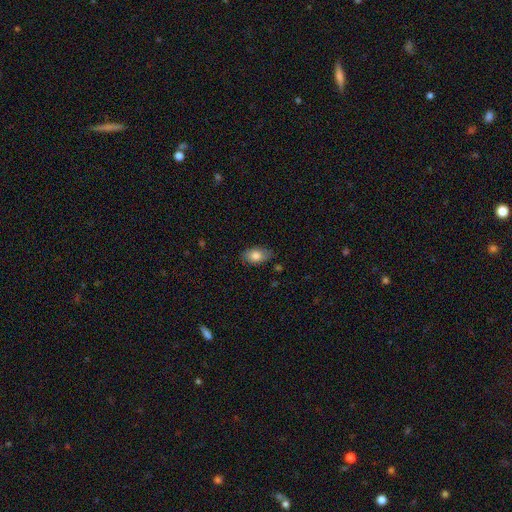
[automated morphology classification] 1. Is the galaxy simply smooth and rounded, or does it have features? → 81% smooth, 12% featured or disk, 7% star or artifact.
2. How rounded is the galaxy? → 90% in between, 7% round, 3% cigar-shaped.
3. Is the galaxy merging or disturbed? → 81% none, 15% minor disturbance, 3% major disturbance, 1% merger.